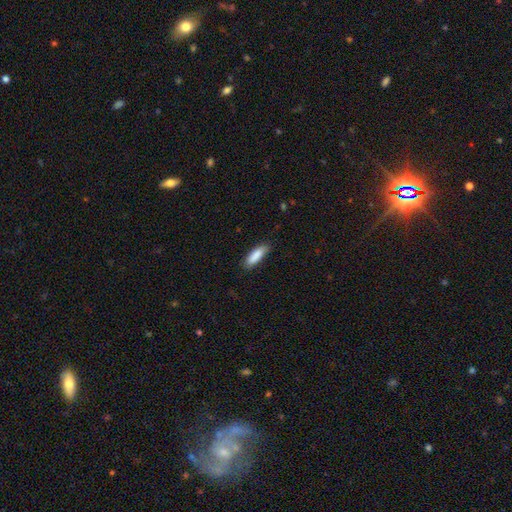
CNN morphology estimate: smooth-or-featured: smooth: 87% | featured or disk: 7% | star or artifact: 6%
  how-rounded: cigar-shaped: 51% | in between: 48% | round: 1%
  merging: none: 81% | minor disturbance: 15% | major disturbance: 3% | merger: 1%